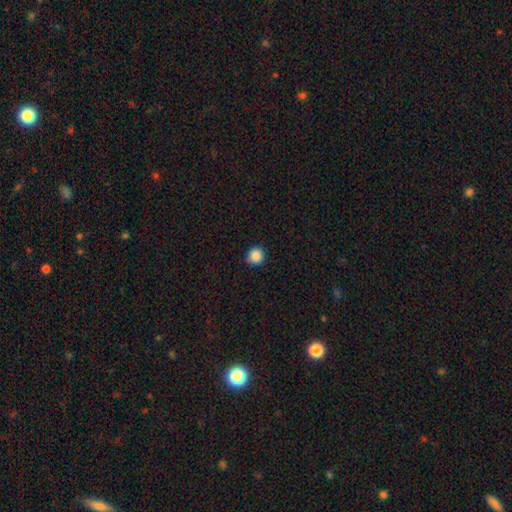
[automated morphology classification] This appears to be a smooth galaxy with no disk features (87%) that is round (94%). Merging: none (88%).